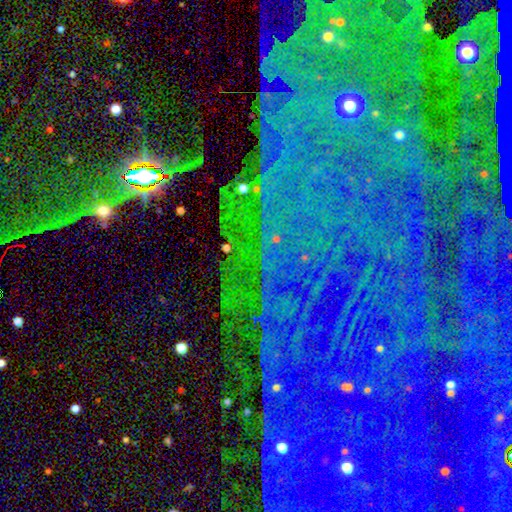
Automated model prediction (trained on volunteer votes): Smooth or featured? star or artifact (85%)